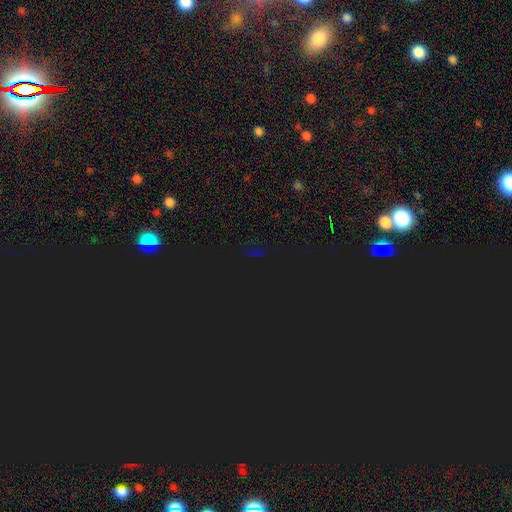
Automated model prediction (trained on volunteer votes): This appears to be a star or artifact, not a galaxy (79%).